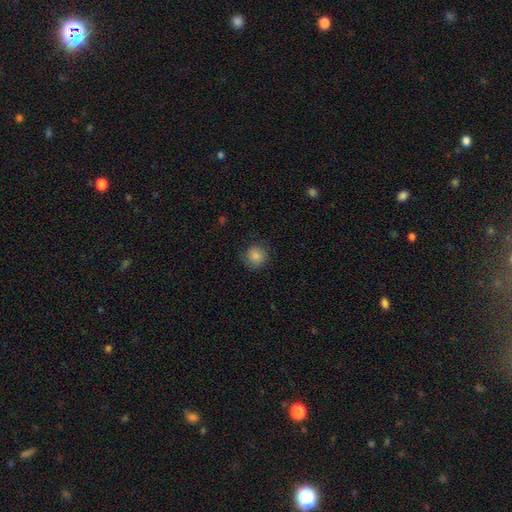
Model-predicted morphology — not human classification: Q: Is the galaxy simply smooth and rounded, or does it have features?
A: smooth — 86%.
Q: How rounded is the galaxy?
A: round — 91%.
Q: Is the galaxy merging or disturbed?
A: none — 83%.